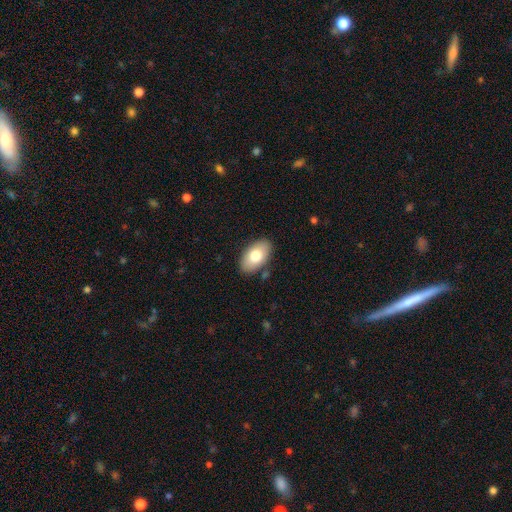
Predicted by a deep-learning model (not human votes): Overall: smooth (76%). How rounded: in between (94%). Merging: none (86%).